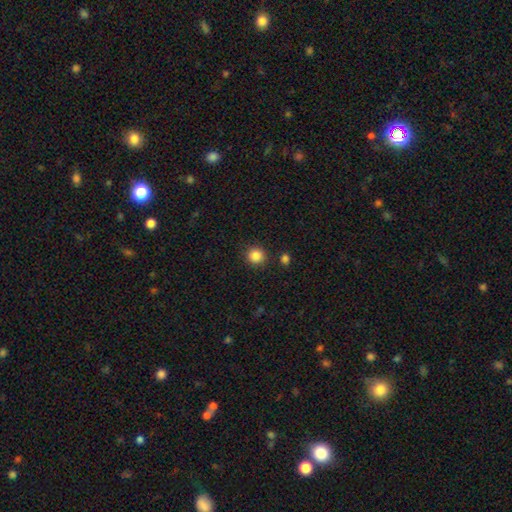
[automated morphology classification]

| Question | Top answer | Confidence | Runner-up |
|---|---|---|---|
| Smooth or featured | smooth | 85% | star or artifact (11%) |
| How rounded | round | 93% | in between (6%) |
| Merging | none | 89% | minor disturbance (6%) |